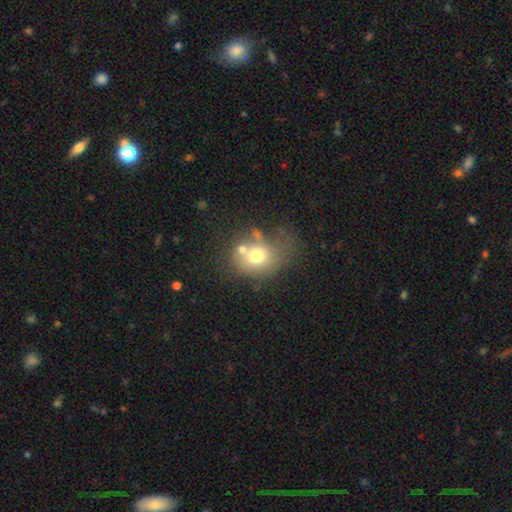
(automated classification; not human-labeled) The model was most divided on "merging": none: 32%, merger: 28%, major disturbance: 21%, minor disturbance: 20%. More confident: smooth or featured — smooth (64%); how rounded — round (62%).